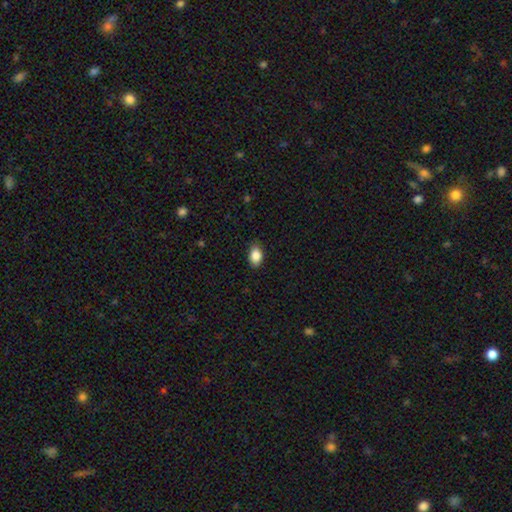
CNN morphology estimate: Smooth or featured?
  - smooth: 87% *
  - star or artifact: 8%
  - featured or disk: 5%
How rounded?
  - in between: 87% *
  - round: 12%
  - cigar-shaped: 2%
Merging?
  - none: 84% *
  - minor disturbance: 13%
  - major disturbance: 2%
  - merger: 1%